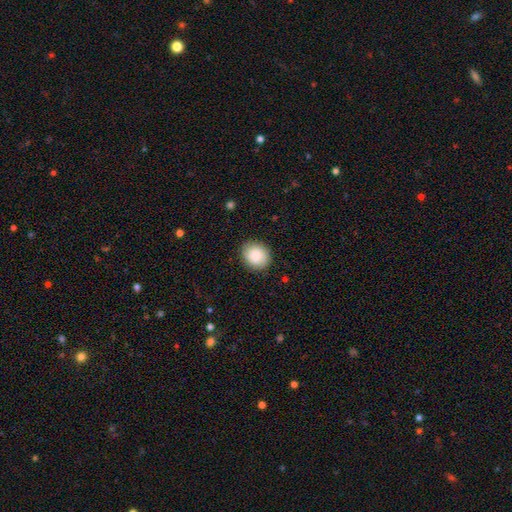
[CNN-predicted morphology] This is clearly a smooth galaxy (87%). How rounded: likely round (71%). Merging: clearly none (87%).